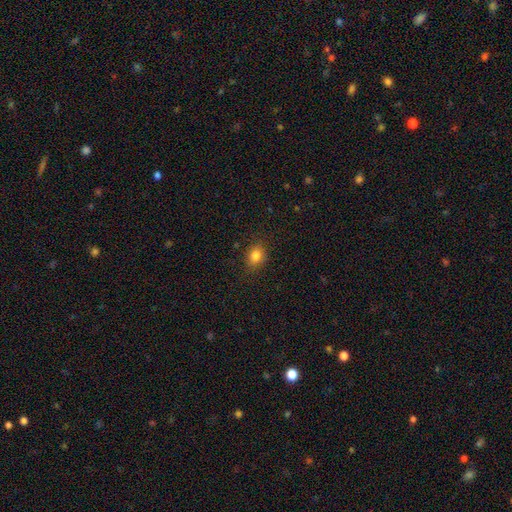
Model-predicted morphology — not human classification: Overall: smooth (83%). How rounded: in between (50%; round 49%). Merging: none (85%).